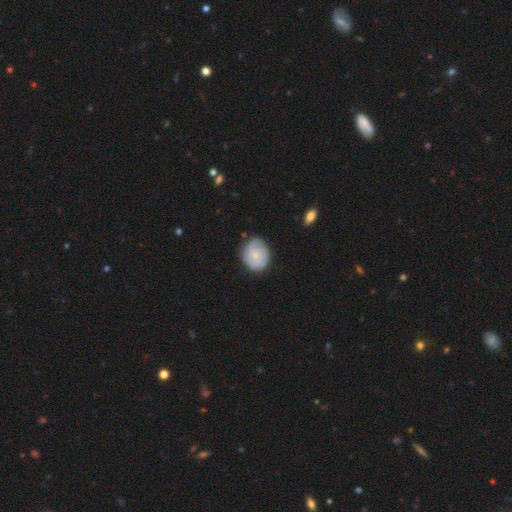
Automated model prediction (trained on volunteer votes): Overall: smooth (56%; featured or disk 37%). How rounded: round (64%; in between 35%). Merging: none (71%).